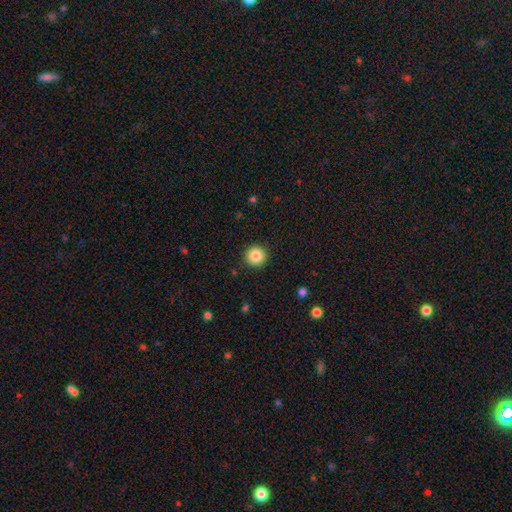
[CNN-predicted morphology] A smooth galaxy with no disk features (86%) that is round (96%). Merging: none (92%).